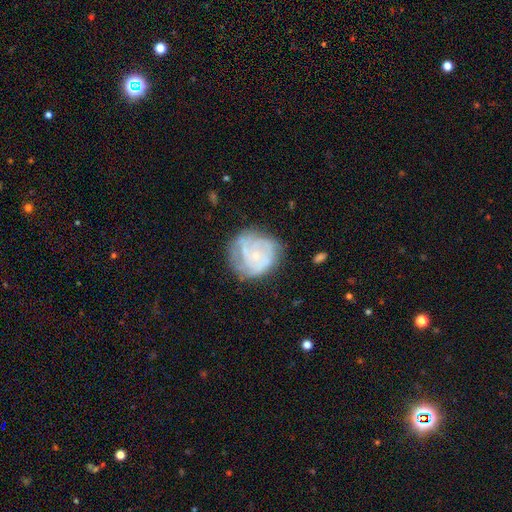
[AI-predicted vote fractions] Morphology: type=featured or disk (70%); edge-on=no (98%); bar=no (80%); spiral arms=yes (78%); winding=tight (63%); arm count=can't tell (44%); bulge=small (70%); merging=none (63%).